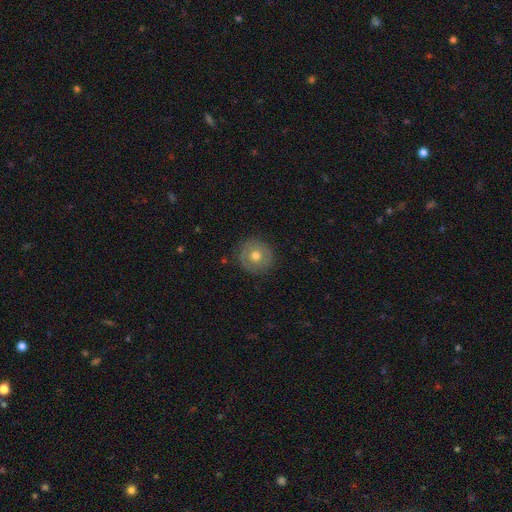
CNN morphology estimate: Smooth or featured?
  - smooth: 52% *
  - featured or disk: 40%
  - star or artifact: 8%
How rounded?
  - round: 92% *
  - in between: 8%
  - cigar-shaped: 1%
Merging?
  - none: 85% *
  - minor disturbance: 11%
  - major disturbance: 3%
  - merger: 1%